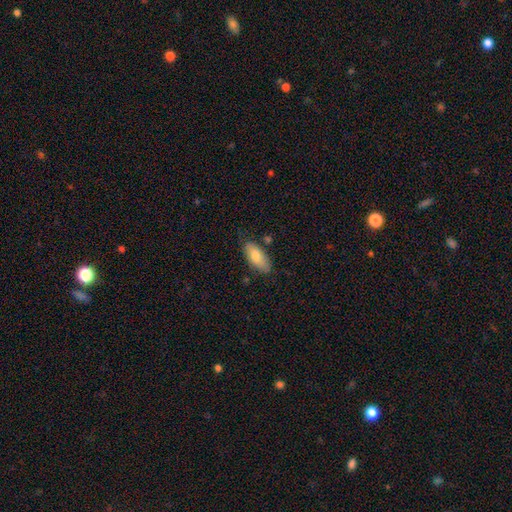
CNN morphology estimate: The model was most divided on "merging": none: 77%, minor disturbance: 18%, major disturbance: 3%, merger: 3%. More confident: how rounded — in between (86%); smooth or featured — smooth (77%).